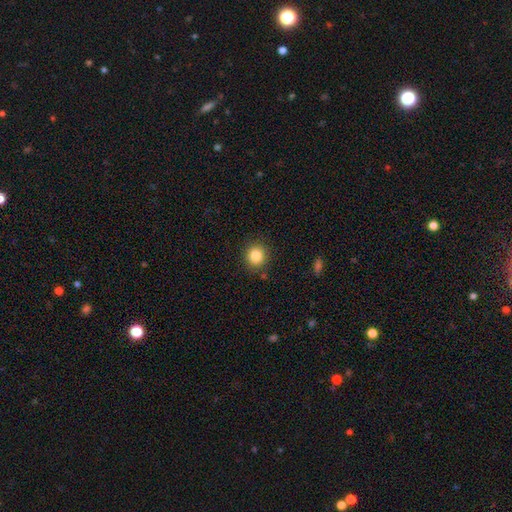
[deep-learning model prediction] Q: Smooth or featured?
A: smooth (85%); runner-up: star or artifact (10%)
Q: How rounded?
A: round (89%); runner-up: in between (10%)
Q: Merging?
A: none (87%); runner-up: minor disturbance (9%)